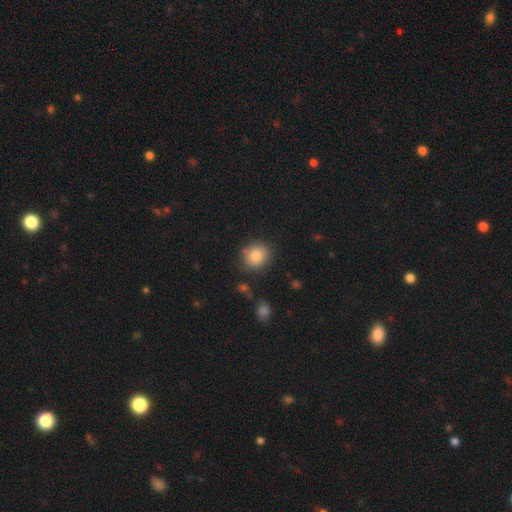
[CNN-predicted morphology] This is clearly a smooth galaxy (84%). How rounded: clearly round (82%). Merging: clearly none (83%).